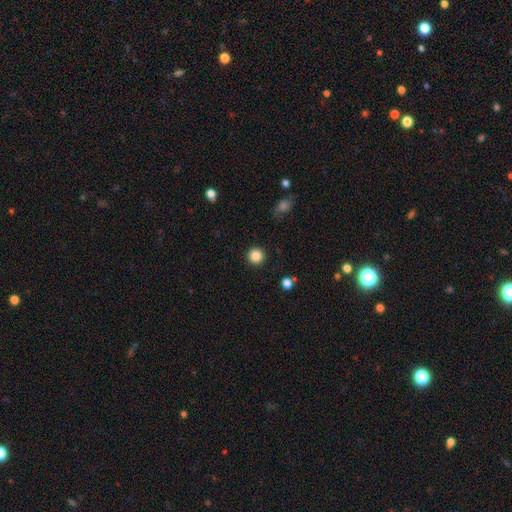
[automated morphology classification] A smooth galaxy with no disk features (85%) that is round (95%).

Vote fractions:
- Smooth or featured? smooth: 85% / star or artifact: 11% / featured or disk: 4%
- How rounded? round: 95% / in between: 4% / cigar-shaped: 1%
- Merging? none: 92% / minor disturbance: 5% / major disturbance: 2% / merger: 1%